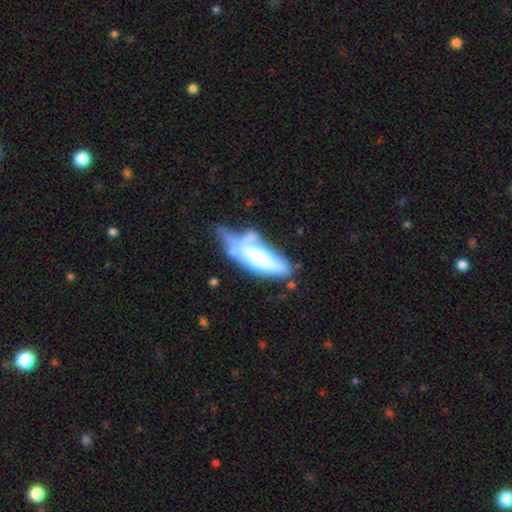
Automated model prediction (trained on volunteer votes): smooth_or_featured: smooth (p=0.48) [alt: featured or disk p=0.44]
merging: major disturbance (p=0.32) [alt: merger p=0.25]